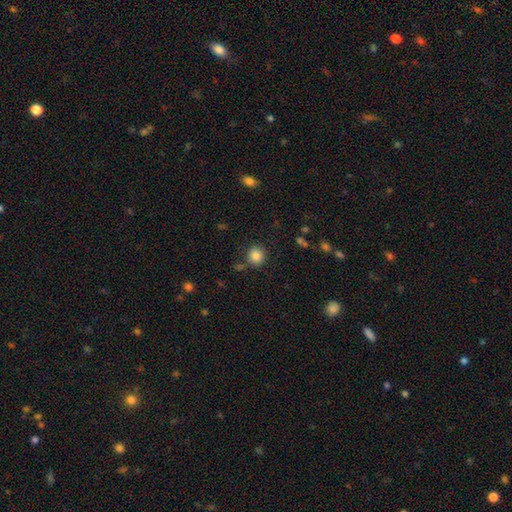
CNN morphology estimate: type=smooth (85%); roundness=round (87%); merging=none (82%).